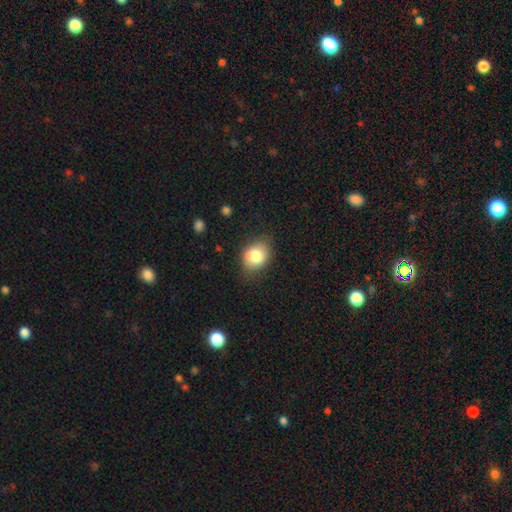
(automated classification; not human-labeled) Overall: smooth (81%). How rounded: in between (53%; round 46%). Merging: none (71%).